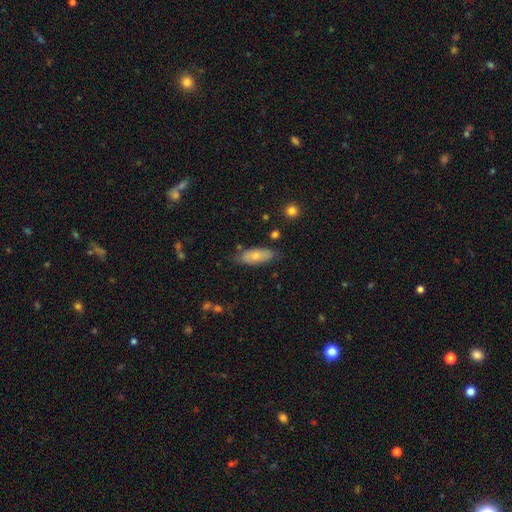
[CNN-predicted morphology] Smooth or featured?
  - smooth: 70% *
  - featured or disk: 24%
  - star or artifact: 6%
How rounded?
  - in between: 81% *
  - cigar-shaped: 17%
  - round: 3%
Merging?
  - none: 75% *
  - minor disturbance: 19%
  - major disturbance: 3%
  - merger: 3%